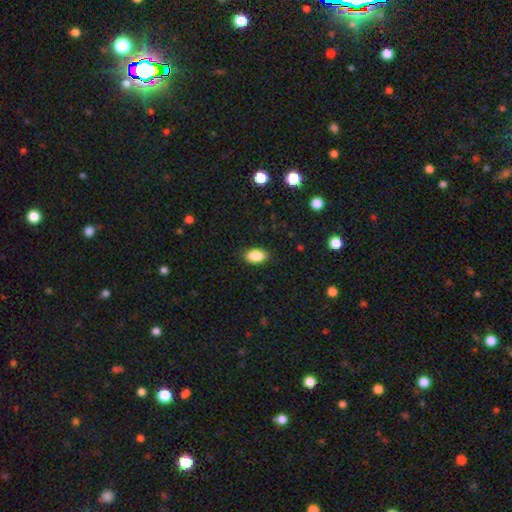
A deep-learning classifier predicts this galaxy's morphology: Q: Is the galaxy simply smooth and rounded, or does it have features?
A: smooth — 87%.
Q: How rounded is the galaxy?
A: in between — 92%.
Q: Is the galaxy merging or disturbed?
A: none — 88%.